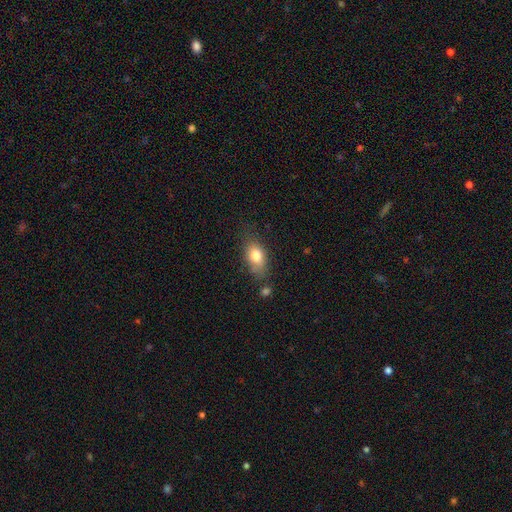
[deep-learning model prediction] Smooth or featured?
  - smooth: 79% *
  - featured or disk: 13%
  - star or artifact: 8%
How rounded?
  - in between: 83% *
  - round: 12%
  - cigar-shaped: 5%
Merging?
  - none: 65% *
  - minor disturbance: 23%
  - major disturbance: 7%
  - merger: 5%